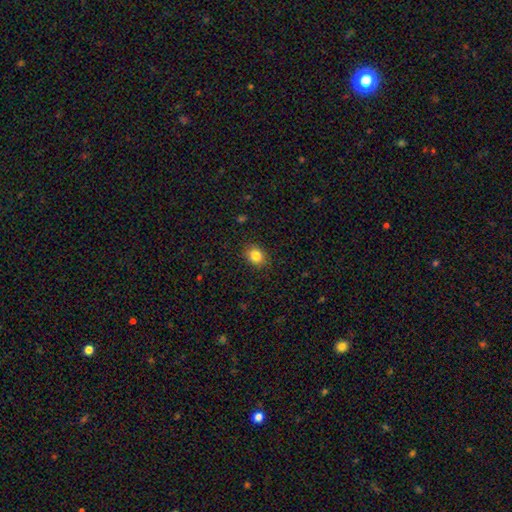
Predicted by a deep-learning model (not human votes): Overall: smooth (84%). How rounded: round (58%; in between 41%). Merging: none (88%).